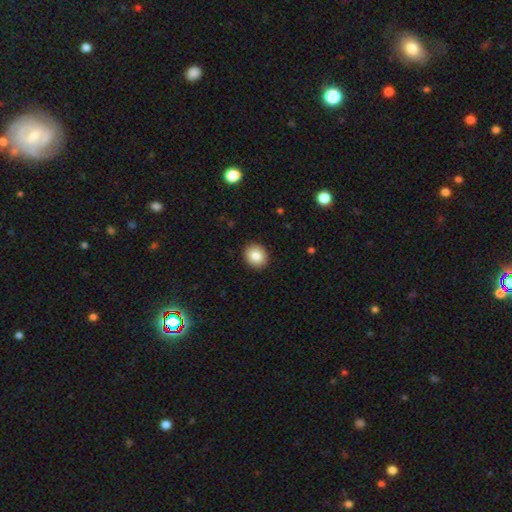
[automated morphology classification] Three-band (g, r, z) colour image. It shows a smooth galaxy with no disk features (85%) that is round (68%). Merging: none (91%).